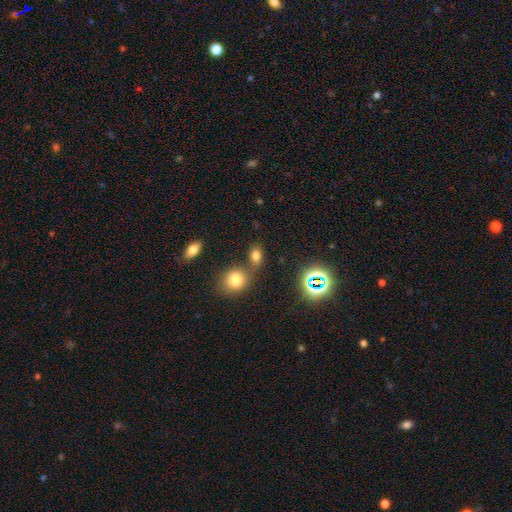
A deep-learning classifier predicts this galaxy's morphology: This is likely a smooth galaxy (73%). How rounded: likely in between (69%). Merging: possibly none (53%).